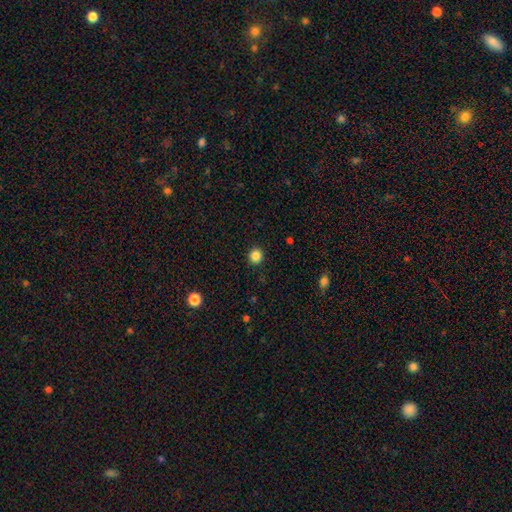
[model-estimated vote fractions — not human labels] smooth_or_featured: smooth (p=0.85) [alt: star or artifact p=0.12]
how_rounded: round (p=0.92) [alt: in between p=0.07]
merging: none (p=0.92) [alt: minor disturbance p=0.05]